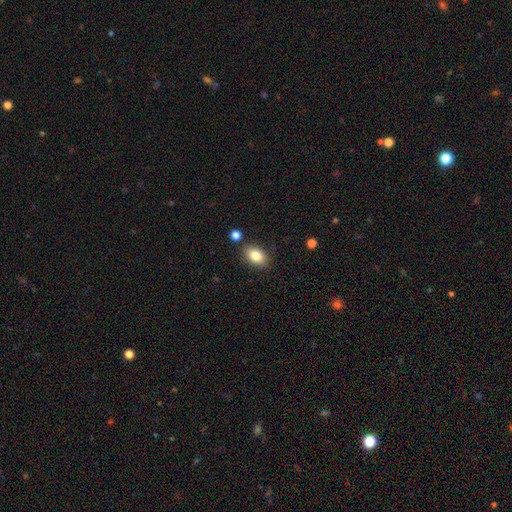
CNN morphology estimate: This is clearly a smooth galaxy (84%). How rounded: clearly in between (85%). Merging: clearly none (83%).